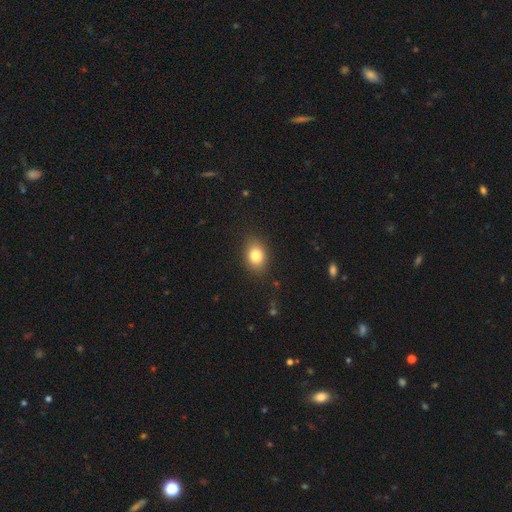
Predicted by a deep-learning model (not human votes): A smooth galaxy with no disk features (81%) that is in between round and cigar-shaped (62%).

Vote fractions:
- Smooth or featured? smooth: 81% / star or artifact: 11% / featured or disk: 9%
- How rounded? in between: 62% / round: 37% / cigar-shaped: 1%
- Merging? none: 86% / minor disturbance: 10% / major disturbance: 3% / merger: 1%